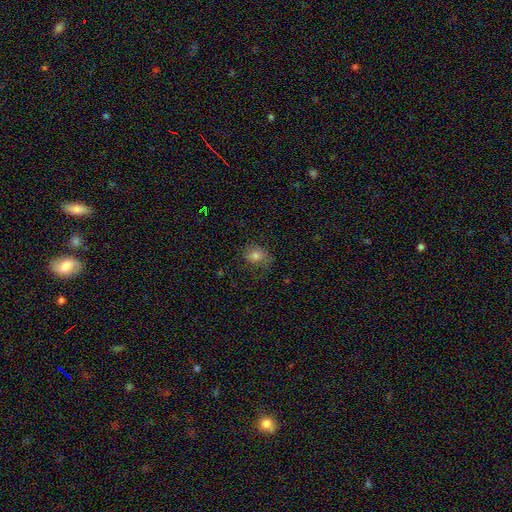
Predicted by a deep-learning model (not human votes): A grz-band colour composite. It shows a smooth galaxy with no disk features (75%) that is round (50%). Merging: none (67%).